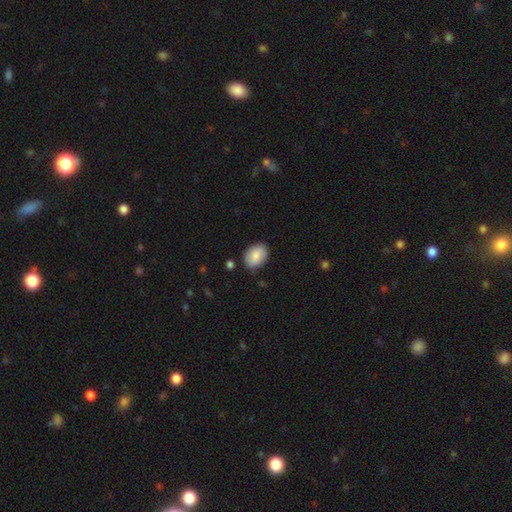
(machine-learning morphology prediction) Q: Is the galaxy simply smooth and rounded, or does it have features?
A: smooth — 84%.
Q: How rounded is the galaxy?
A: in between — 79%.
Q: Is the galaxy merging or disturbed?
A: none — 84%.